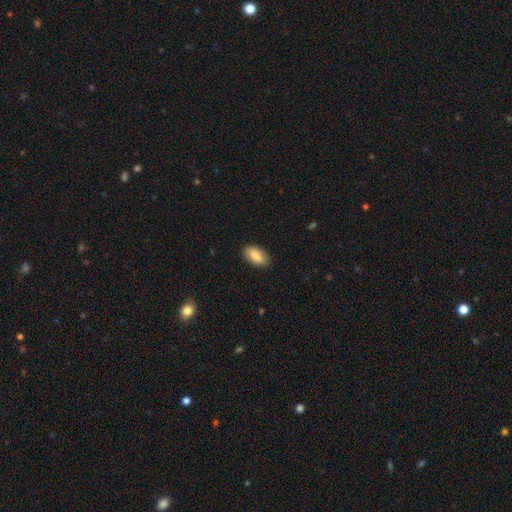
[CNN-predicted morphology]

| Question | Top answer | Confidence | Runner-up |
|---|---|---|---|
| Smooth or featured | smooth | 84% | featured or disk (10%) |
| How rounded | in between | 93% | cigar-shaped (4%) |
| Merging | none | 88% | minor disturbance (9%) |